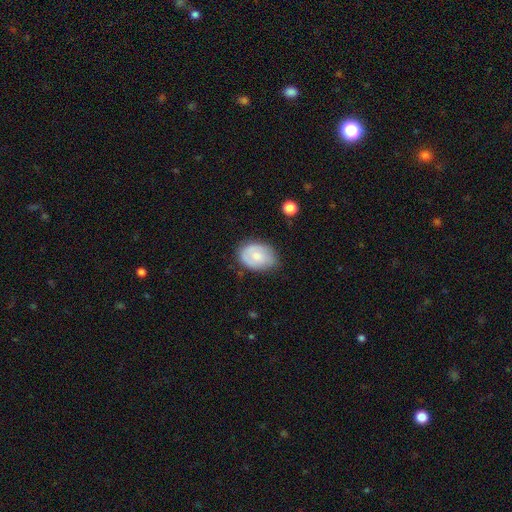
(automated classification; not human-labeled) Smooth or featured?
  - smooth: 60% *
  - featured or disk: 33%
  - star or artifact: 7%
How rounded?
  - in between: 77% *
  - round: 22%
  - cigar-shaped: 1%
Merging?
  - none: 65% *
  - minor disturbance: 26%
  - major disturbance: 6%
  - merger: 2%